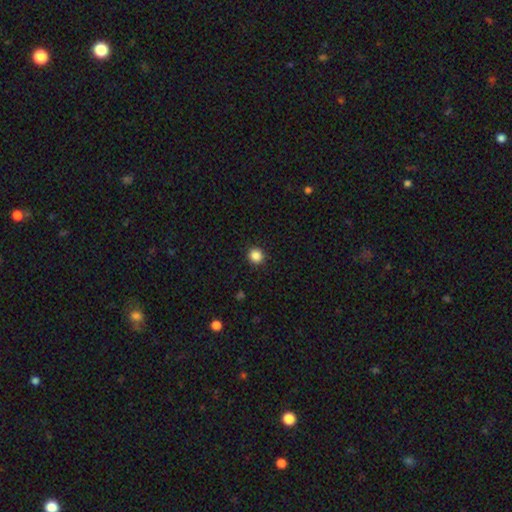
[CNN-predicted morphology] Smooth or featured?
  - smooth: 86% *
  - star or artifact: 11%
  - featured or disk: 3%
How rounded?
  - round: 92% *
  - in between: 7%
  - cigar-shaped: 1%
Merging?
  - none: 92% *
  - minor disturbance: 5%
  - major disturbance: 2%
  - merger: 1%